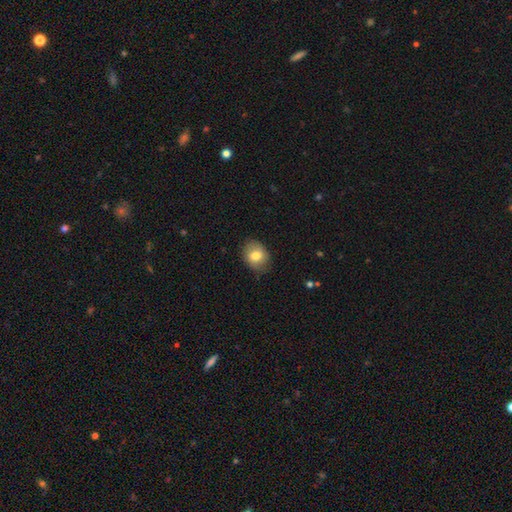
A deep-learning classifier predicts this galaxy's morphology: Smooth or featured? Predicted: smooth (p=0.78). How rounded? Predicted: in between (p=0.55). Merging? Predicted: none (p=0.79).